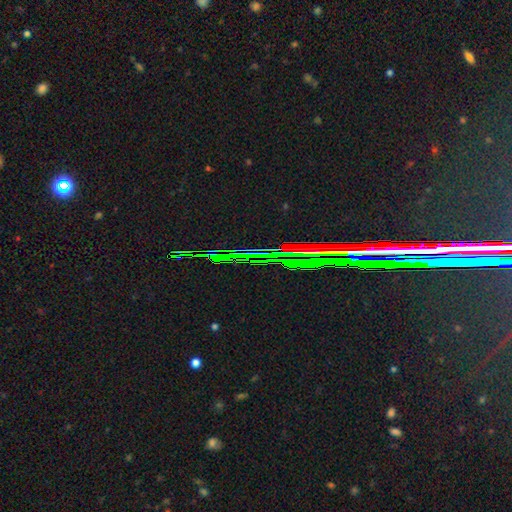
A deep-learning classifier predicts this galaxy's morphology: Smooth or featured?
  - star or artifact: 84% *
  - featured or disk: 9%
  - smooth: 8%